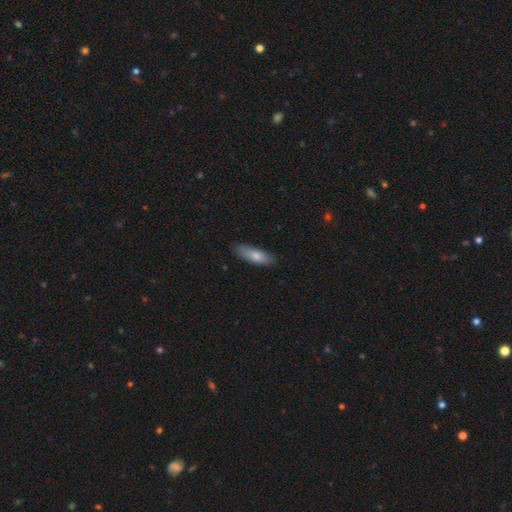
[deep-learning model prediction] smooth-or-featured: smooth: 80% | featured or disk: 14% | star or artifact: 6%
  how-rounded: in between: 51% | cigar-shaped: 47% | round: 2%
  merging: none: 84% | minor disturbance: 13% | major disturbance: 2% | merger: 1%